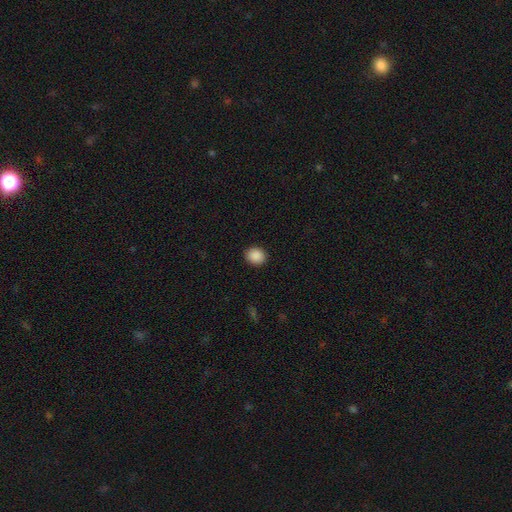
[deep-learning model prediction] Overall: smooth (89%). How rounded: round (68%; in between 31%). Merging: none (91%).